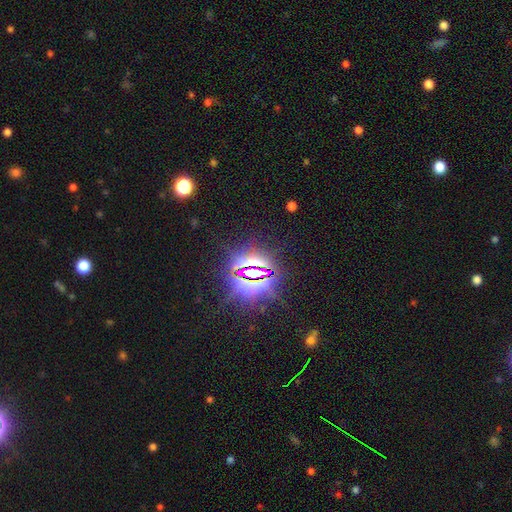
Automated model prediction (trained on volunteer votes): Morphology: type=star or artifact (85%).